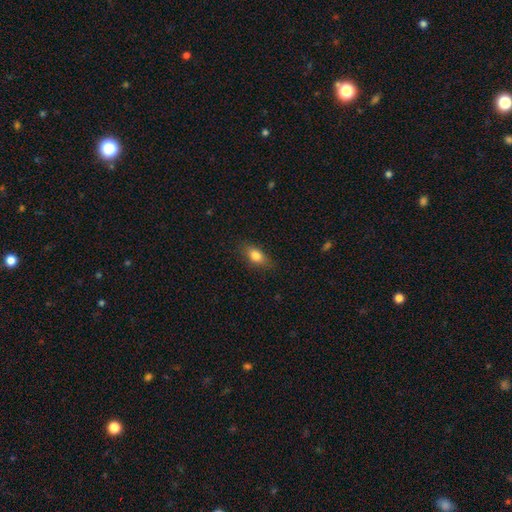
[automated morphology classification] Q: Smooth or featured?
A: smooth (81%); runner-up: featured or disk (11%)
Q: How rounded?
A: in between (81%); runner-up: round (11%)
Q: Merging?
A: none (80%); runner-up: minor disturbance (15%)